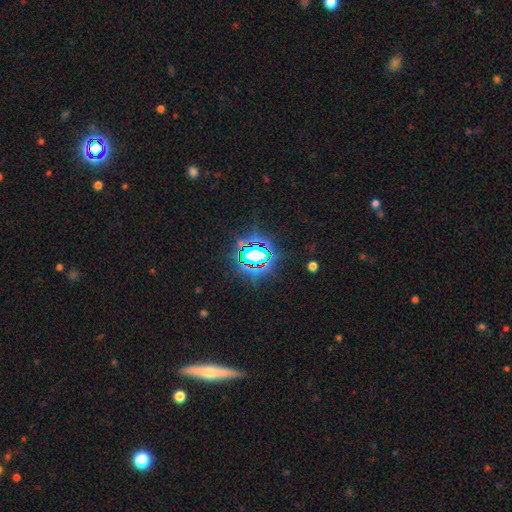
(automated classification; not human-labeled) A star or artifact, not a galaxy (74%).

Vote fractions:
- Smooth or featured? star or artifact: 74% / smooth: 15% / featured or disk: 11%